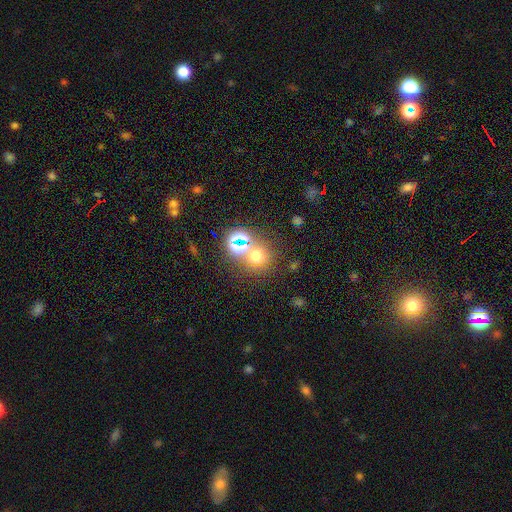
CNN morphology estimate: type=smooth (56%); roundness=round (87%); merging=none (64%).